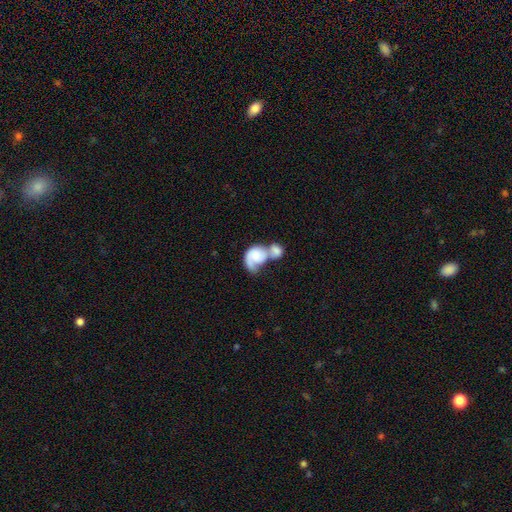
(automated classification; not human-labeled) smooth-or-featured: smooth: 57% | featured or disk: 36% | star or artifact: 7%
  how-rounded: in between: 54% | round: 44% | cigar-shaped: 1%
  merging: merger: 75% | major disturbance: 10% | none: 9% | minor disturbance: 6%